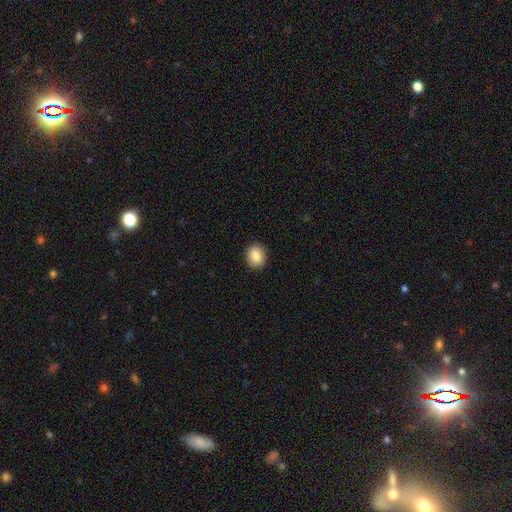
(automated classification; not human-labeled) Overall: smooth (85%). How rounded: round (67%; in between 32%). Merging: none (91%).